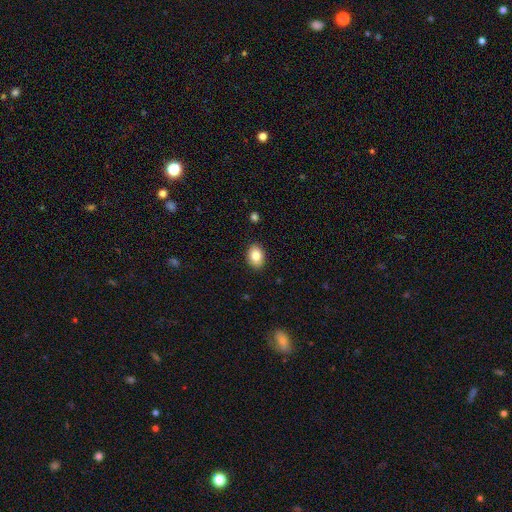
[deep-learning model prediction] smooth 86%, star or artifact 8%, featured or disk 7%. Down the decision tree: how rounded — in between (77%); merging — none (89%).